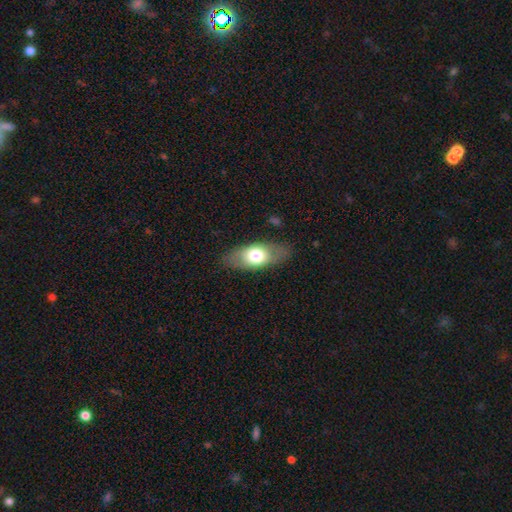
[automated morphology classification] Q: Smooth or featured?
A: smooth (63%); runner-up: featured or disk (30%)
Q: How rounded?
A: in between (84%); runner-up: cigar-shaped (9%)
Q: Merging?
A: none (81%); runner-up: minor disturbance (14%)